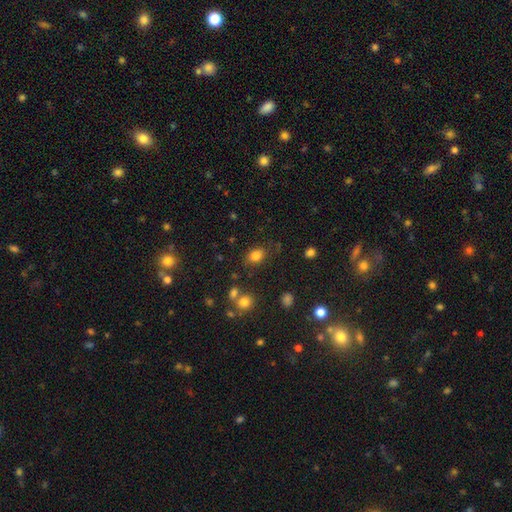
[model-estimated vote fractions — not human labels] This appears to be a smooth galaxy with no disk features (82%) that is in between round and cigar-shaped (65%). Merging: none (78%).